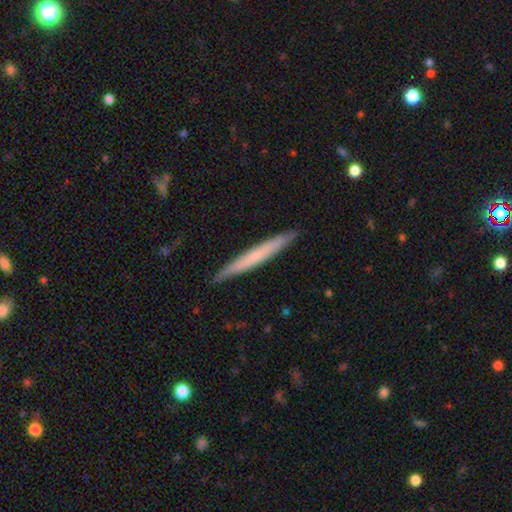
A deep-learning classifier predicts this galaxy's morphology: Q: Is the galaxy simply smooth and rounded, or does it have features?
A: smooth — 57%.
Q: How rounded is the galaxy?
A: cigar-shaped — 97%.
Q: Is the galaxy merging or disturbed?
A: none — 90%.